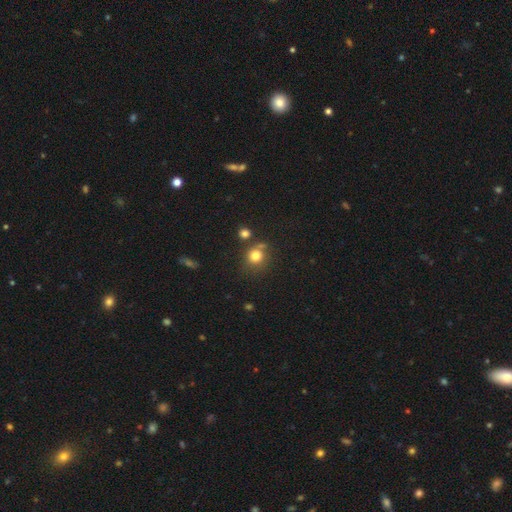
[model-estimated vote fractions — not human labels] A smooth galaxy with no disk features (79%) that is round (84%).

Vote fractions:
- Smooth or featured? smooth: 79% / star or artifact: 13% / featured or disk: 8%
- How rounded? round: 84% / in between: 15% / cigar-shaped: 1%
- Merging? none: 64% / minor disturbance: 15% / merger: 15% / major disturbance: 6%